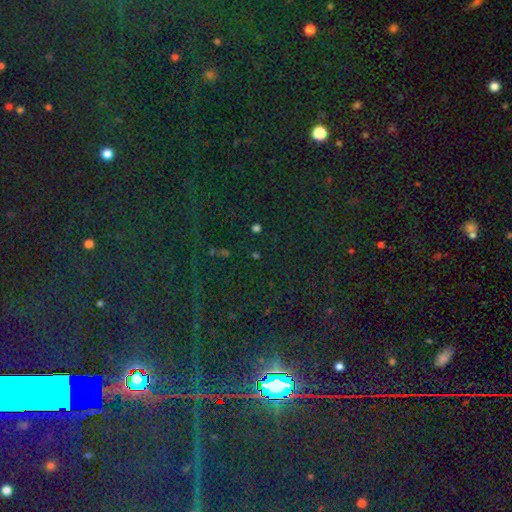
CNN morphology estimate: This is clearly a star or artifact rather than a galaxy (80%).